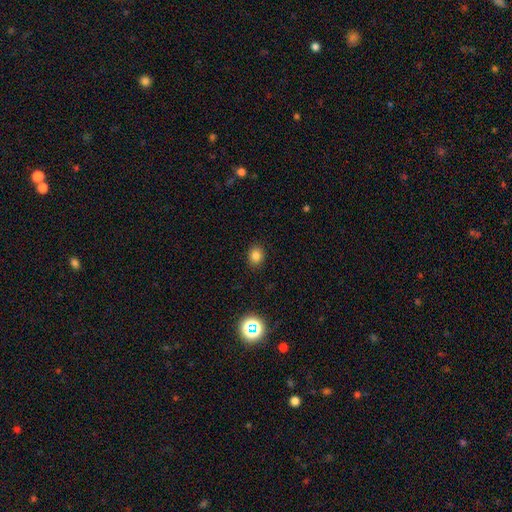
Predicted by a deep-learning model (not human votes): Smooth or featured: smooth — 81% (star or artifact — 14%)
How rounded: round — 57% (in between — 42%)
Merging: none — 88% (minor disturbance — 8%)